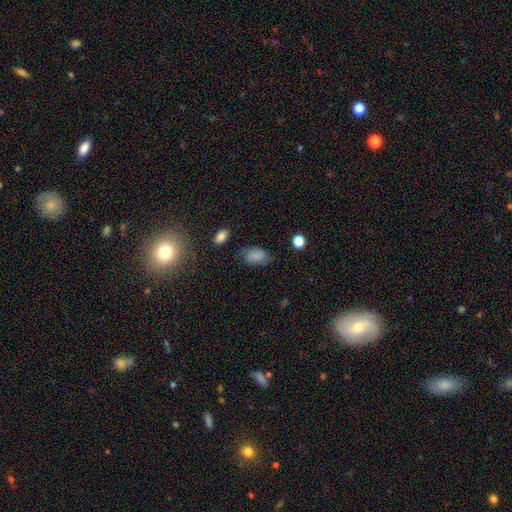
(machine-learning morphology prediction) This appears to be a smooth galaxy with no disk features (70%) that is in between round and cigar-shaped (89%). Merging: none (69%).